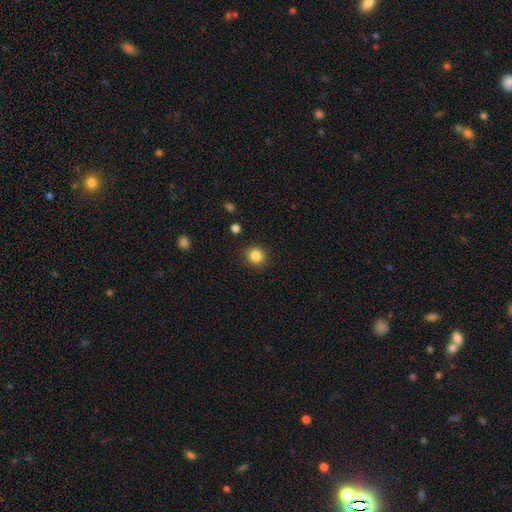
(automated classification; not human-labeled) Q: Smooth or featured?
A: smooth (85%); runner-up: star or artifact (11%)
Q: How rounded?
A: round (91%); runner-up: in between (8%)
Q: Merging?
A: none (90%); runner-up: minor disturbance (6%)